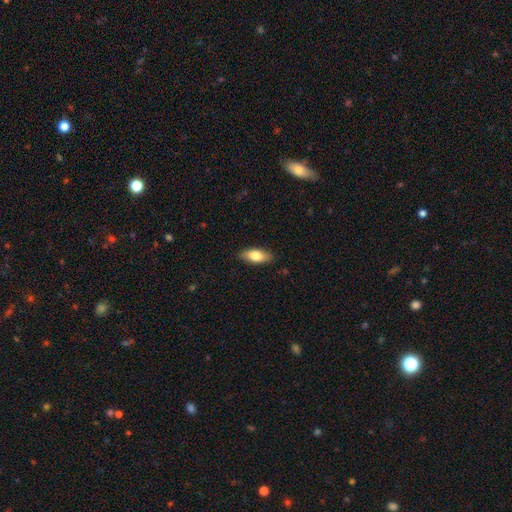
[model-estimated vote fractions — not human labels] smooth_or_featured: smooth (p=0.79) [alt: featured or disk p=0.15]
how_rounded: in between (p=0.83) [alt: cigar-shaped p=0.14]
merging: none (p=0.87) [alt: minor disturbance p=0.10]